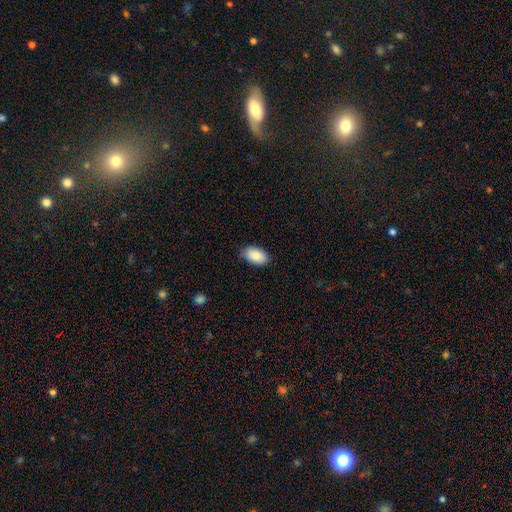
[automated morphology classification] A smooth galaxy with no disk features (86%) that is in between round and cigar-shaped (94%).

Vote fractions:
- Smooth or featured? smooth: 86% / featured or disk: 7% / star or artifact: 7%
- How rounded? in between: 94% / round: 4% / cigar-shaped: 2%
- Merging? none: 80% / minor disturbance: 16% / major disturbance: 2% / merger: 1%